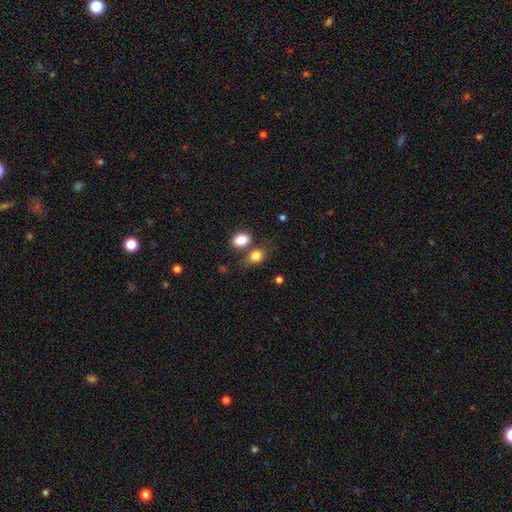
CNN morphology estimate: Smooth or featured: smooth — 82% (star or artifact — 10%)
How rounded: in between — 64% (round — 34%)
Merging: none — 56% (merger — 26%)